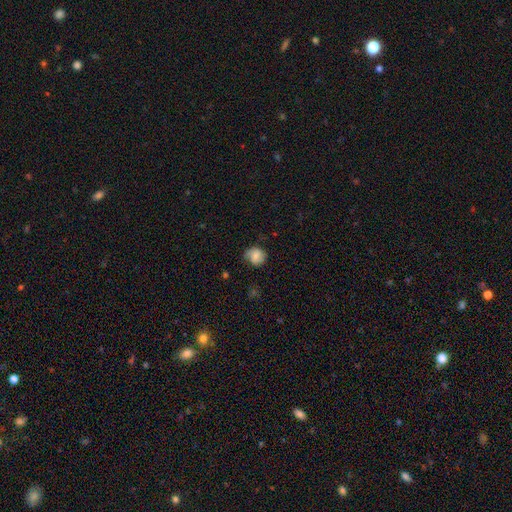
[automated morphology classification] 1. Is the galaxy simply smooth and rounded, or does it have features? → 69% smooth, 22% featured or disk, 9% star or artifact.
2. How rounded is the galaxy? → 72% round, 27% in between, 1% cigar-shaped.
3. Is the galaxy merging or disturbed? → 58% none, 30% minor disturbance, 11% major disturbance, 2% merger.